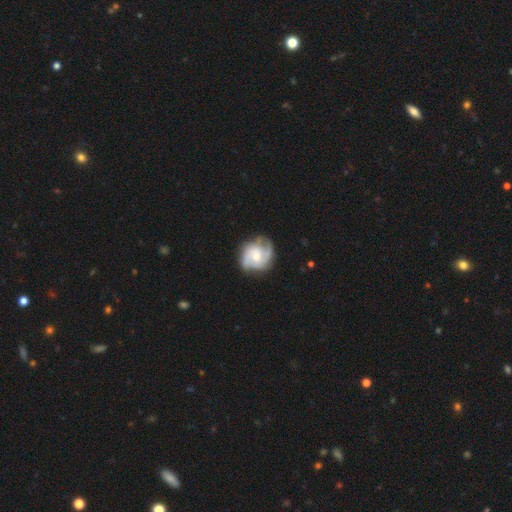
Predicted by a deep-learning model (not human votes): The model was most divided on "bulge size": moderate: 51%, small: 41%, large: 4%, none: 2%, dominant: 1%. Remaining: edge-on disk — no (98%); spiral arms — yes (93%); smooth or featured — featured or disk (75%); merging — none (70%); bar — no (62%); spiral arm count — 2 (57%); spiral winding — medium (47%).